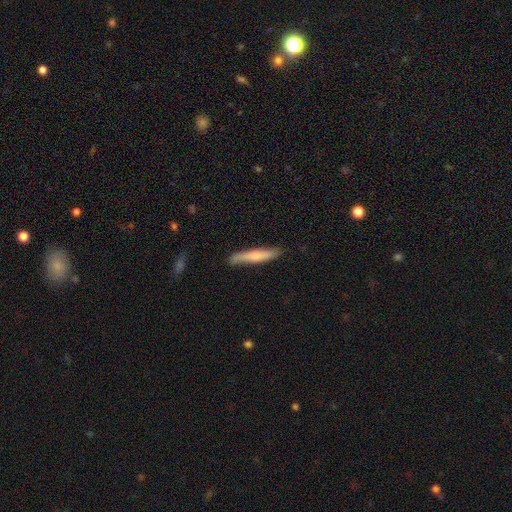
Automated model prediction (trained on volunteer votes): smooth 59%, featured or disk 36%, star or artifact 5%. Down the decision tree: how rounded — cigar-shaped (92%); merging — none (82%).